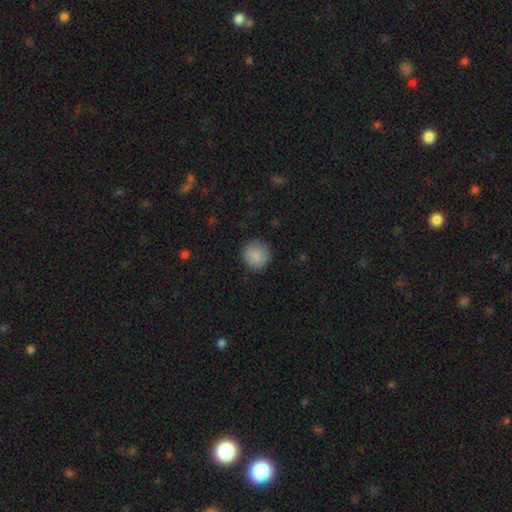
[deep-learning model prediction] Smooth or featured: smooth — 87% (star or artifact — 8%)
How rounded: round — 94% (in between — 5%)
Merging: none — 87% (minor disturbance — 10%)